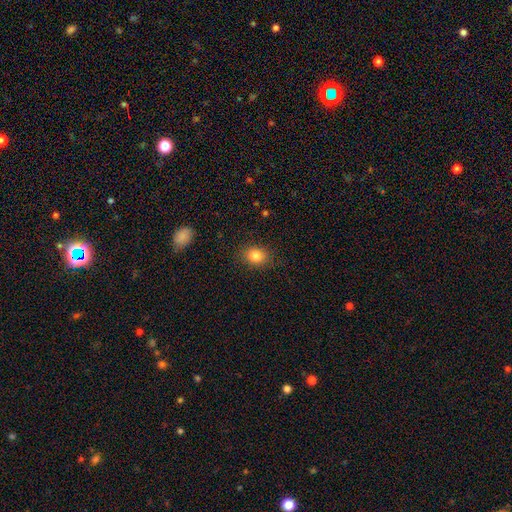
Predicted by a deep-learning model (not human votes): Smooth or featured? smooth (84%)
How rounded? in between (53%)
Merging? none (86%)